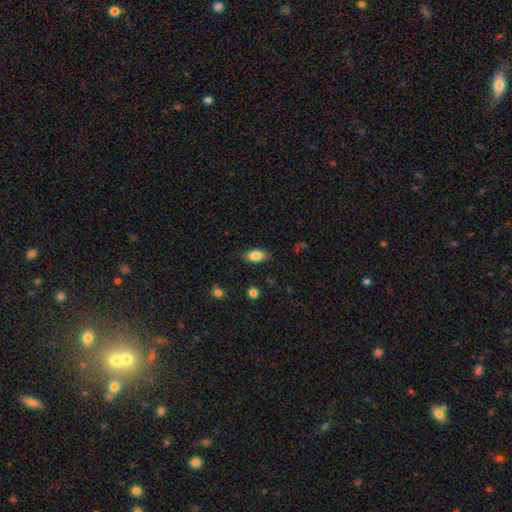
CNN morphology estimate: Smooth or featured: smooth — 84% (star or artifact — 8%)
How rounded: in between — 90% (round — 6%)
Merging: none — 82% (minor disturbance — 14%)